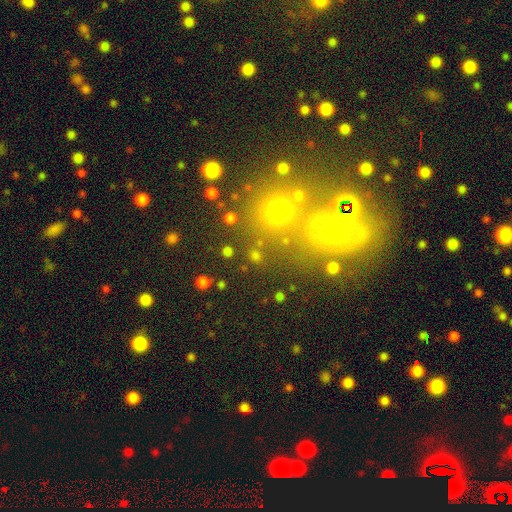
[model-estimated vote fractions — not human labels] Overall: smooth (63%; star or artifact 26%). How rounded: round (81%). Merging: none (74%).